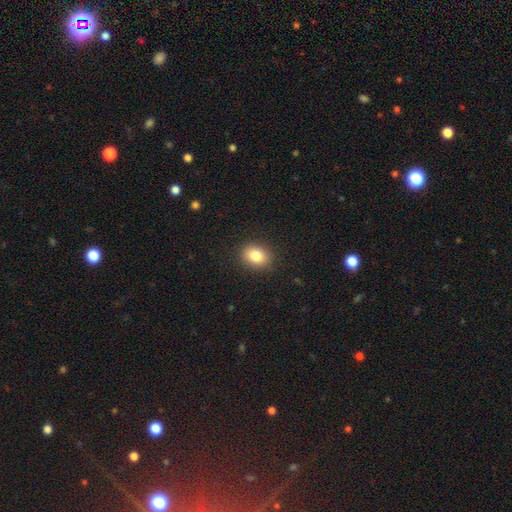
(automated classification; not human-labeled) The model was most divided on "how rounded": in between: 54%, round: 45%, cigar-shaped: 1%. More confident: merging — none (89%); smooth or featured — smooth (83%).